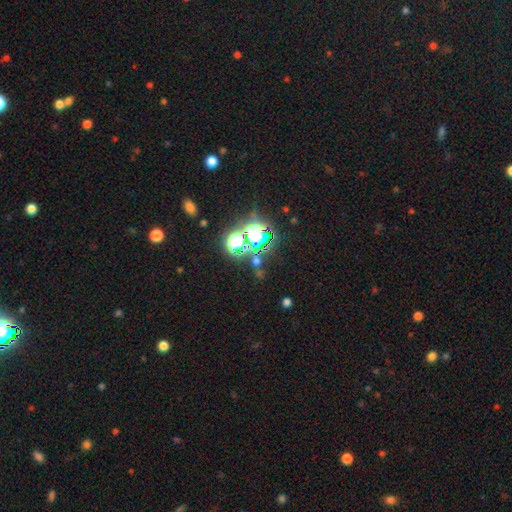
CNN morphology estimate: This appears to be a star or artifact, not a galaxy (77%).